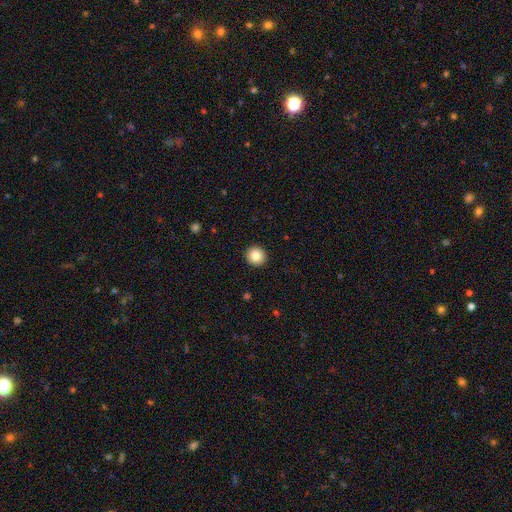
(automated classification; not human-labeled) smooth-or-featured: smooth: 84% | star or artifact: 9% | featured or disk: 7%
  how-rounded: round: 95% | in between: 4% | cigar-shaped: 1%
  merging: none: 93% | minor disturbance: 4% | major disturbance: 1% | merger: 1%